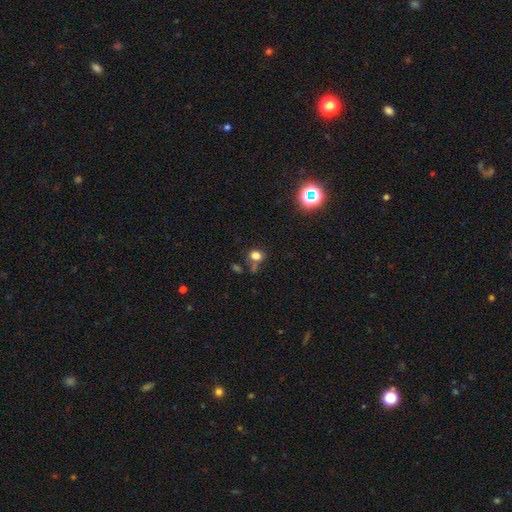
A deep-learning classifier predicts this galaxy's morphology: Smooth or featured?
  - smooth: 75% *
  - star or artifact: 17%
  - featured or disk: 8%
How rounded?
  - round: 59% *
  - in between: 39%
  - cigar-shaped: 2%
Merging?
  - none: 56% *
  - merger: 19%
  - minor disturbance: 17%
  - major disturbance: 9%